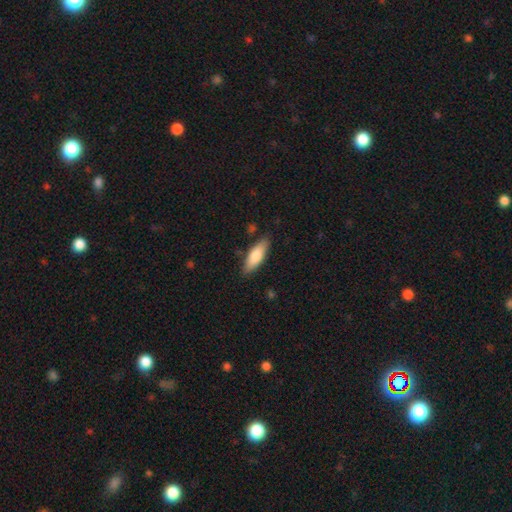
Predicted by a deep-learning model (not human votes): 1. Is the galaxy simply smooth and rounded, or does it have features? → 76% smooth, 18% featured or disk, 6% star or artifact.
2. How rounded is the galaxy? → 58% in between, 40% cigar-shaped, 2% round.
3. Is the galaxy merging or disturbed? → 83% none, 13% minor disturbance, 2% major disturbance, 2% merger.